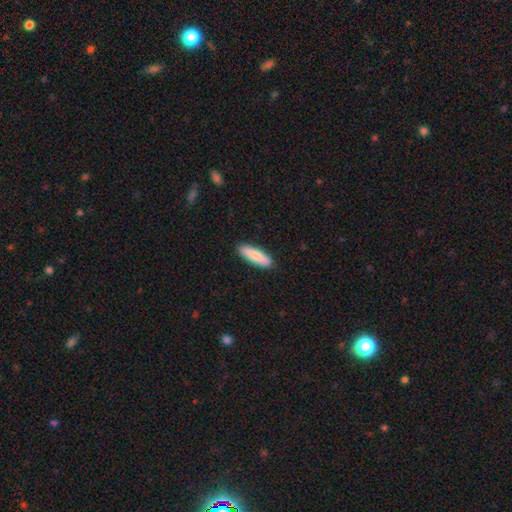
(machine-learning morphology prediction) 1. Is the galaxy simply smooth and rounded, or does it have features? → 83% smooth, 12% featured or disk, 5% star or artifact.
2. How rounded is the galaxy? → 61% cigar-shaped, 37% in between, 2% round.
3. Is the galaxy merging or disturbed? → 90% none, 8% minor disturbance, 2% major disturbance, 1% merger.